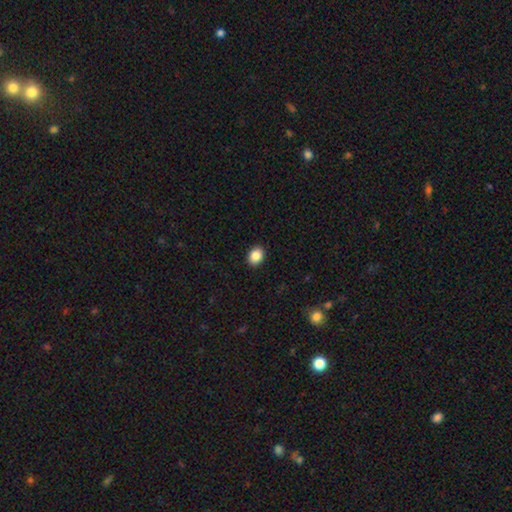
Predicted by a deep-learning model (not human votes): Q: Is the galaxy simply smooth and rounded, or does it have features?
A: smooth — 87%.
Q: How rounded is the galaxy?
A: in between — 53%.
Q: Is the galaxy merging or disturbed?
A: none — 91%.